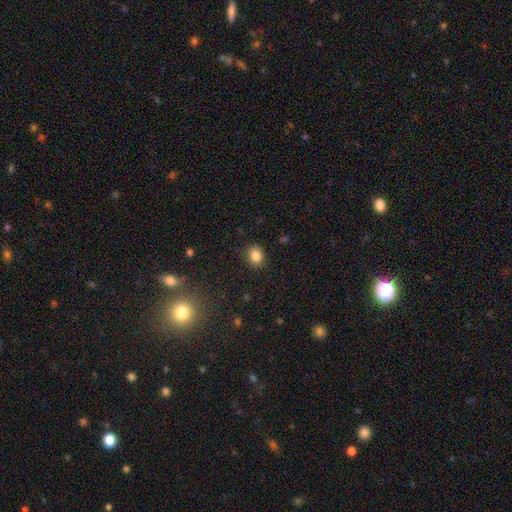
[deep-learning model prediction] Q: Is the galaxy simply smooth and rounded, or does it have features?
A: smooth — 85%.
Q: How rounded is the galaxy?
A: in between — 55%.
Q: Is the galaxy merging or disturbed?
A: none — 87%.